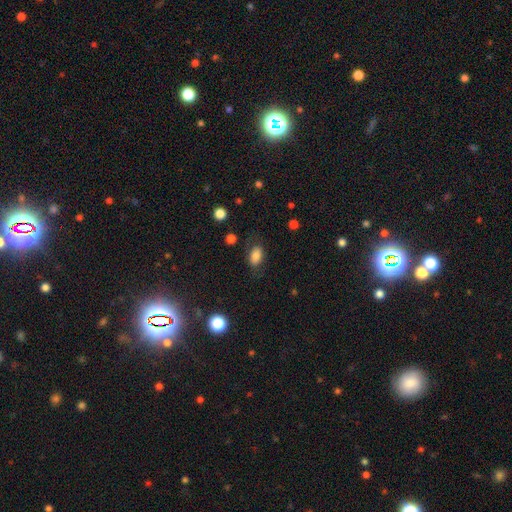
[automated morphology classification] Smooth or featured? smooth (81%)
How rounded? in between (88%)
Merging? none (72%)